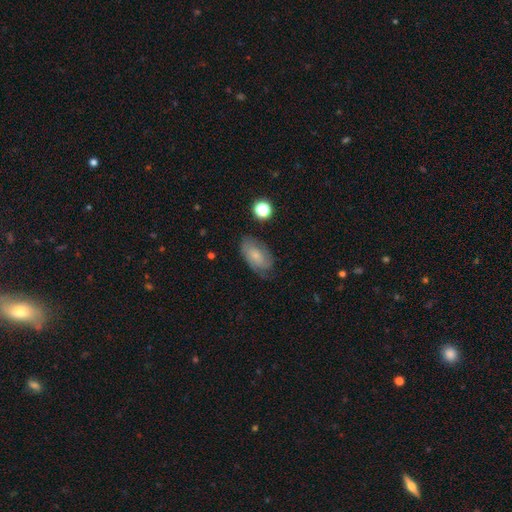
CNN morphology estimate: smooth-or-featured: smooth: 51% | featured or disk: 40% | star or artifact: 9%
  how-rounded: in between: 91% | round: 6% | cigar-shaped: 3%
  merging: none: 66% | minor disturbance: 24% | major disturbance: 8% | merger: 2%